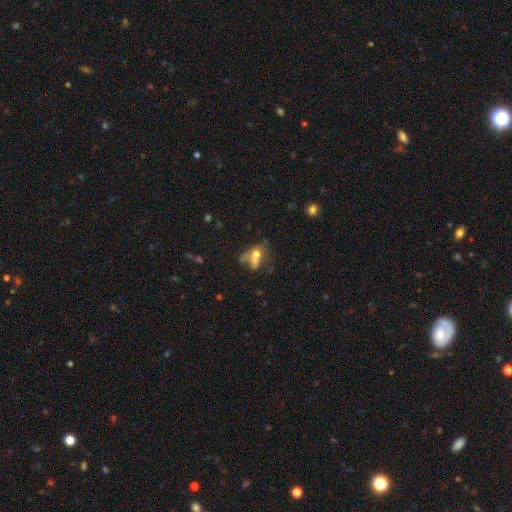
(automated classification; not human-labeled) Smooth or featured: smooth — 57% (featured or disk — 28%)
How rounded: in between — 63% (round — 30%)
Merging: merger — 42% (none — 26%)